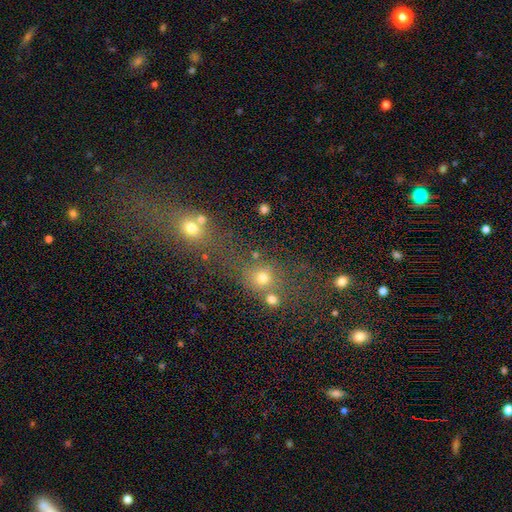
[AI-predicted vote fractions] Smooth or featured? smooth (61%)
How rounded? round (77%)
Merging? none (48%)